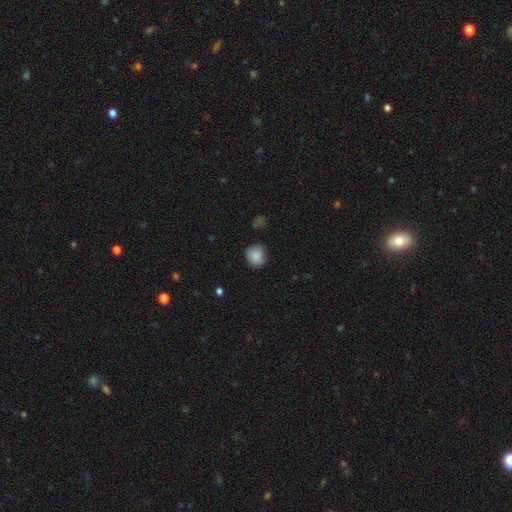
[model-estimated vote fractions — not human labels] The model was most divided on "how rounded": round: 83%, in between: 16%, cigar-shaped: 1%. More confident: smooth or featured — smooth (86%); merging — none (81%).